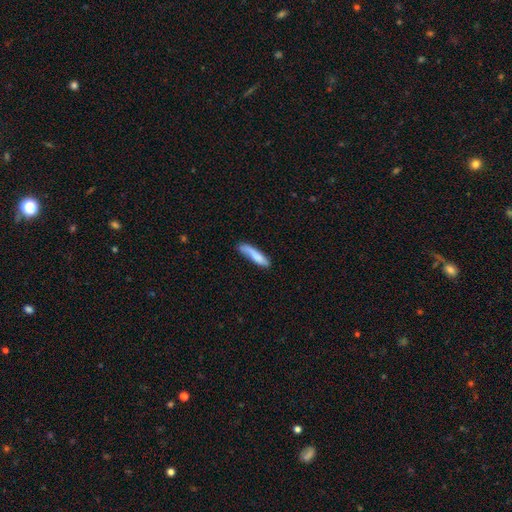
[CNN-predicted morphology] This appears to be a smooth galaxy with no disk features (78%) that is cigar-shaped (81%). Merging: none (55%).